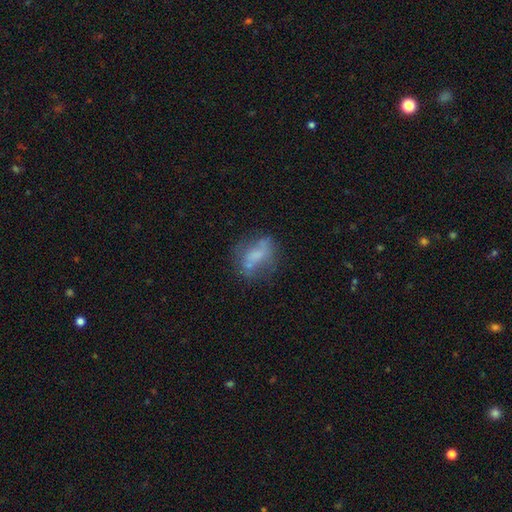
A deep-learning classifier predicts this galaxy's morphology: A smooth galaxy with no disk features (48%). Merging: none (49%).